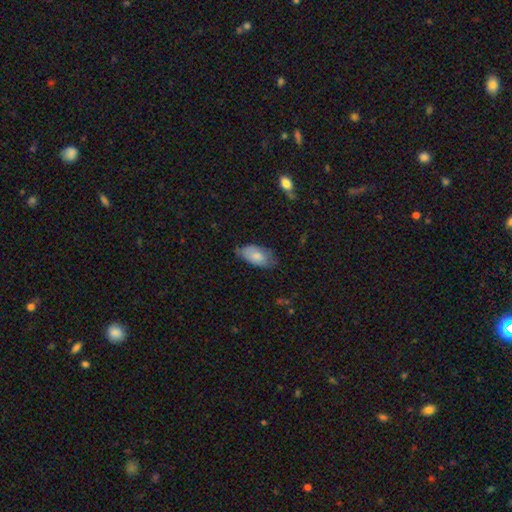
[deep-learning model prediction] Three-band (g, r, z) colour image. It shows a smooth galaxy with no disk features (77%) that is in between round and cigar-shaped (93%). Merging: none (59%).